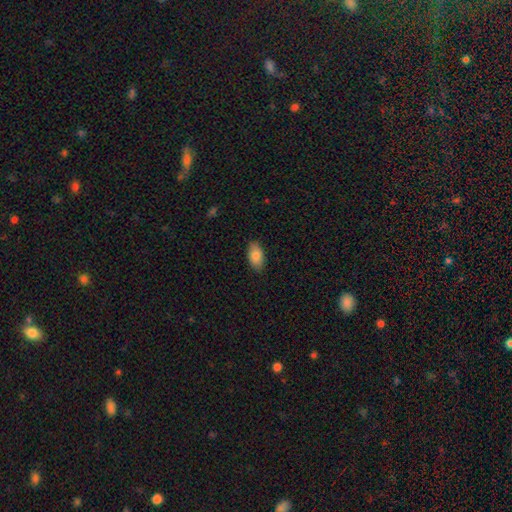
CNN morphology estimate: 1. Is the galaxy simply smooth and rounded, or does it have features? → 86% smooth, 7% featured or disk, 7% star or artifact.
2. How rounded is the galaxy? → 94% in between, 4% round, 3% cigar-shaped.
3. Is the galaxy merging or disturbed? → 87% none, 10% minor disturbance, 2% major disturbance, 1% merger.